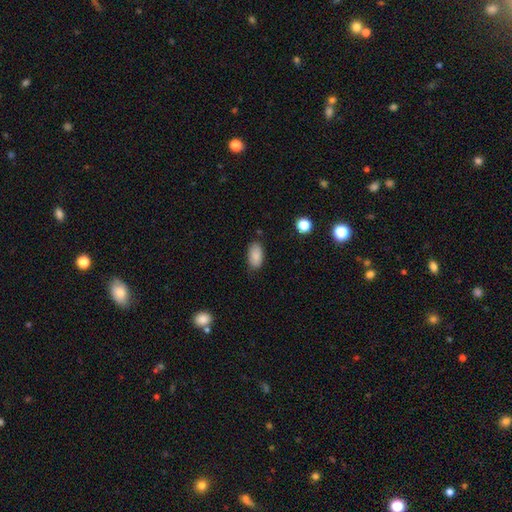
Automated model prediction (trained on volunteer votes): Morphology: type=smooth (88%); roundness=in between (93%); merging=none (81%).